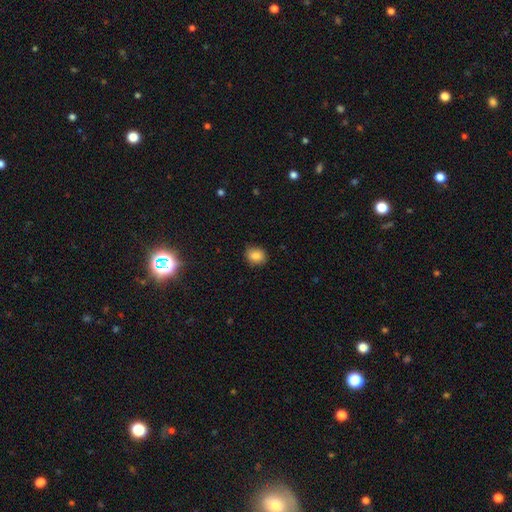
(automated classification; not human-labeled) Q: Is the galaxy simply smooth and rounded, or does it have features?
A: smooth — 85%.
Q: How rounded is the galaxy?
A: round — 56%.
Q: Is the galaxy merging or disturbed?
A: none — 86%.